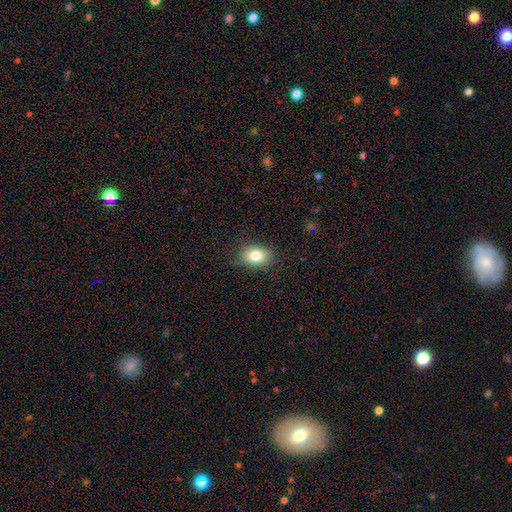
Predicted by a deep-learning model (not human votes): A smooth galaxy with no disk features (80%) that is in between round and cigar-shaped (72%).

Vote fractions:
- Smooth or featured? smooth: 80% / featured or disk: 10% / star or artifact: 10%
- How rounded? in between: 72% / round: 27% / cigar-shaped: 1%
- Merging? none: 79% / minor disturbance: 16% / major disturbance: 4% / merger: 1%